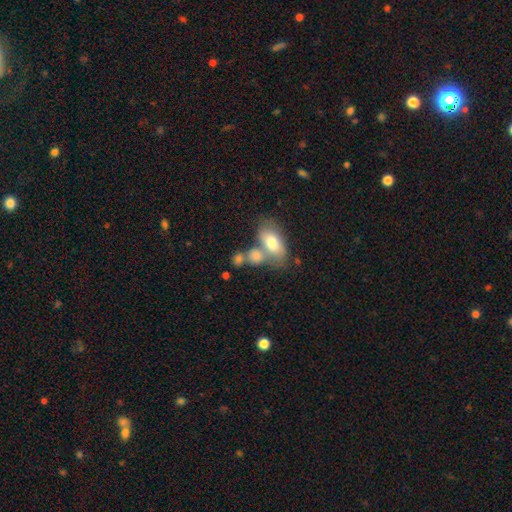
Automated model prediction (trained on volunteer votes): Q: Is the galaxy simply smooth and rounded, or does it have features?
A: smooth — 75%.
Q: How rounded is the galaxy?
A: in between — 76%.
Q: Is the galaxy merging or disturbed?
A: merger — 49%.